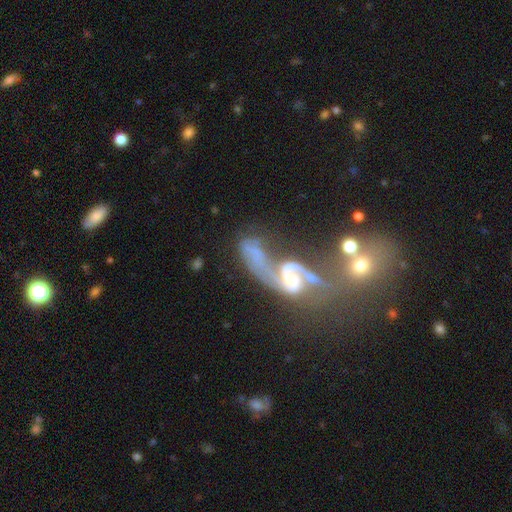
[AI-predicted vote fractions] This appears to be a featured or disk galaxy (76%) with no bar (48%), 2 (71%) loose (54%) spiral arms (86%) and a small central bulge (39%). Merging: merger (41%).